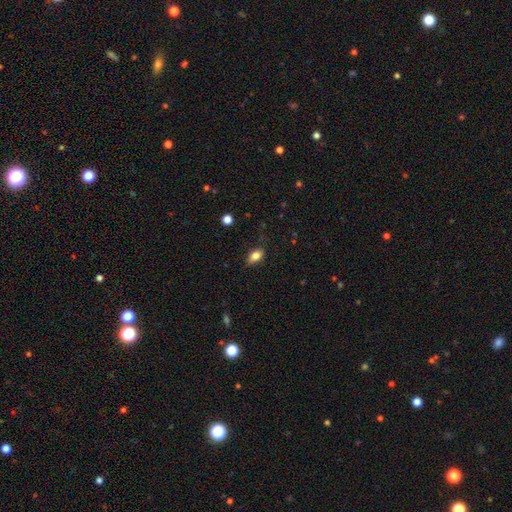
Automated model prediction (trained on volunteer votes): smooth-or-featured: smooth: 81% | featured or disk: 10% | star or artifact: 9%
  how-rounded: in between: 85% | round: 10% | cigar-shaped: 4%
  merging: none: 77% | minor disturbance: 18% | major disturbance: 4% | merger: 1%